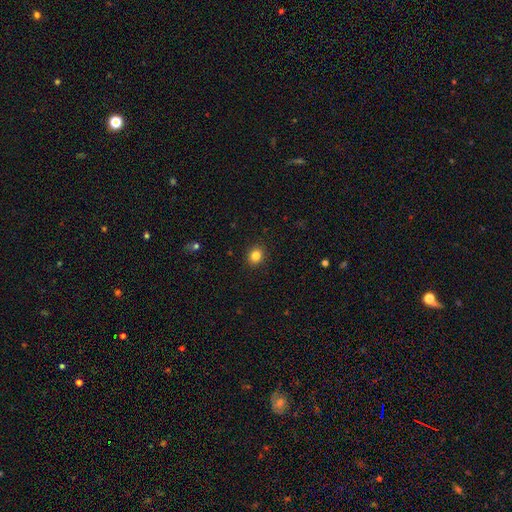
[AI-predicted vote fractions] smooth-or-featured: smooth: 83% | star or artifact: 11% | featured or disk: 5%
  how-rounded: round: 71% | in between: 29% | cigar-shaped: 1%
  merging: none: 91% | minor disturbance: 6% | major disturbance: 2% | merger: 1%